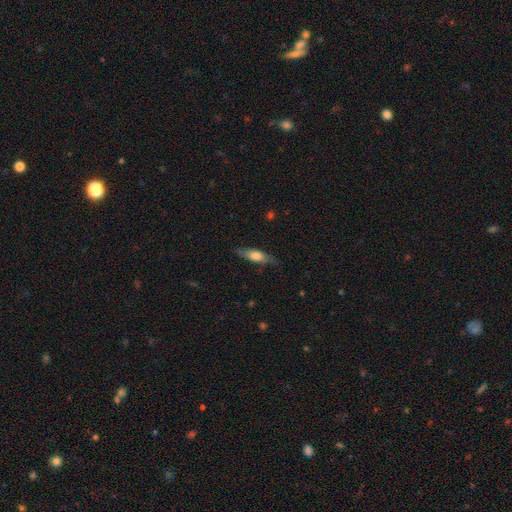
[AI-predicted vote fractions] Overall: smooth (63%; featured or disk 31%). How rounded: cigar-shaped (51%; in between 46%). Merging: none (78%).